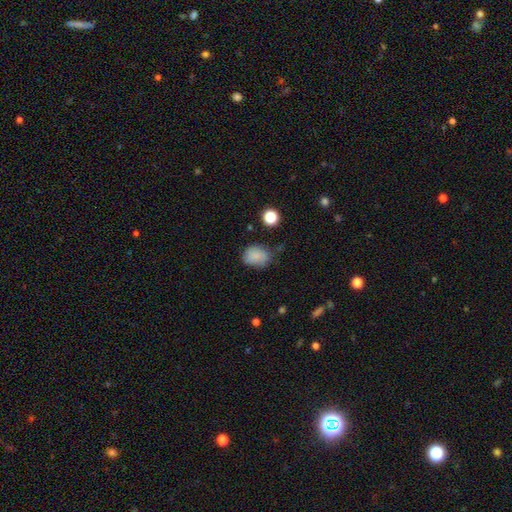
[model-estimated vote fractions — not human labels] smooth 82%, star or artifact 10%, featured or disk 7%. Down the decision tree: how rounded — in between (57%); merging — none (62%).